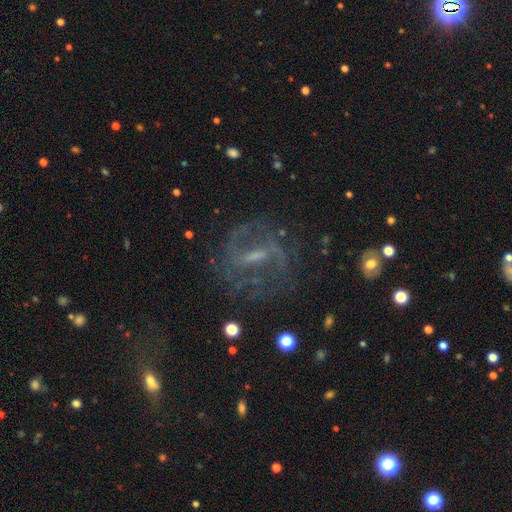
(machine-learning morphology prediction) smooth-or-featured: featured or disk: 76% | star or artifact: 13% | smooth: 11%
  disk-edge-on: no: 92% | yes: 8%
    bar: strong: 49% | weak: 38% | no: 13%
    has-spiral-arms: yes: 83% | no: 17%
      spiral-winding: medium: 46% | tight: 30% | loose: 24%
      spiral-arm-count: 2: 59% | can't tell: 24% | 3: 6% | 1: 4% | 4: 3% | more than 4: 3%
    bulge-size: small: 45% | none: 26% | moderate: 25% | large: 3% | dominant: 1%
  merging: none: 68% | minor disturbance: 15% | major disturbance: 14% | merger: 2%